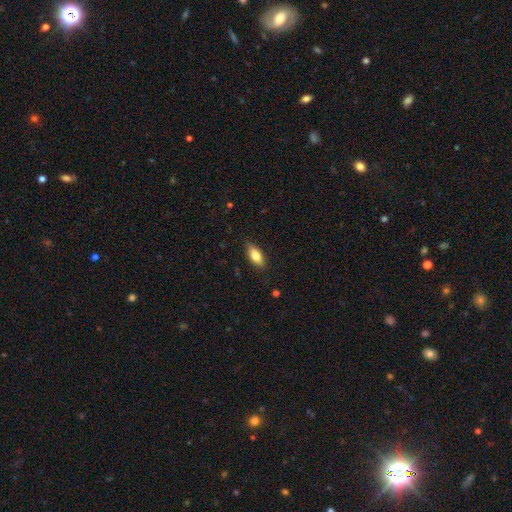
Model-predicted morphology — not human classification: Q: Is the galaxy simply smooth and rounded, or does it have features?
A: smooth — 77%.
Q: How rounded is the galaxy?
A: in between — 81%.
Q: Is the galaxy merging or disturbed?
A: none — 85%.